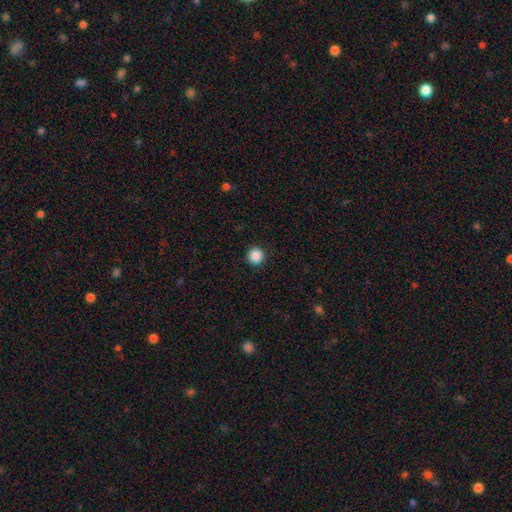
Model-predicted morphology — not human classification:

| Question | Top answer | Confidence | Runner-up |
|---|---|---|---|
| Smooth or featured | smooth | 88% | star or artifact (10%) |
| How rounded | round | 96% | in between (4%) |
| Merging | none | 93% | minor disturbance (5%) |